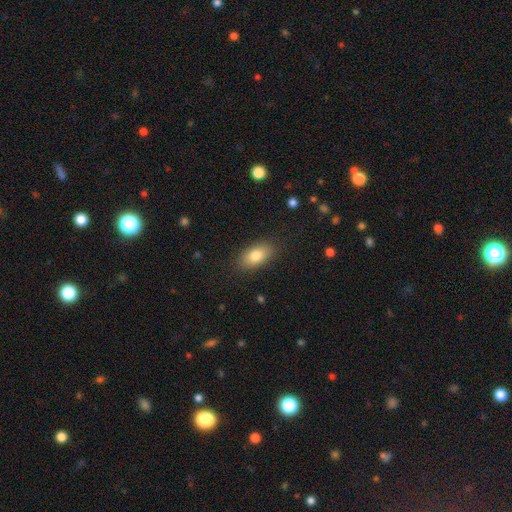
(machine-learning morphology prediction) This appears to be a smooth galaxy with no disk features (81%) that is in between round and cigar-shaped (91%). Merging: none (85%).